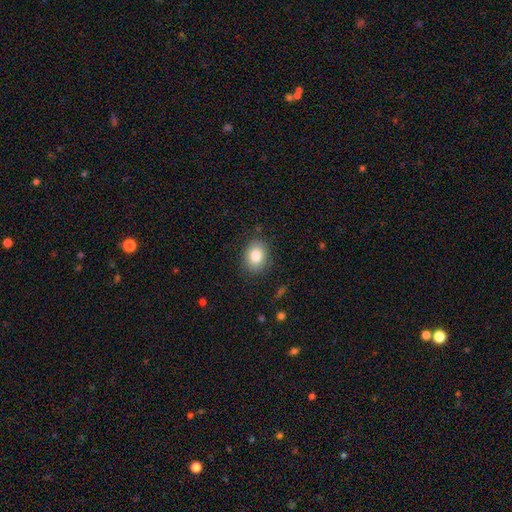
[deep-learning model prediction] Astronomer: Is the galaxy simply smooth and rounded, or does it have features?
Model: smooth — 84%.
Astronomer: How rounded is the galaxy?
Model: in between — 57% (runner-up: round, 42%).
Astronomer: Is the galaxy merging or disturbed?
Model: none — 84%.